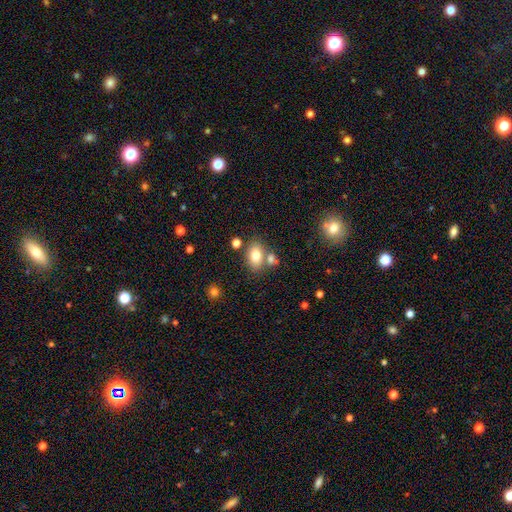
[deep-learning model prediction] This is likely a smooth galaxy (78%). How rounded: clearly in between (83%). Merging: likely none (65%).